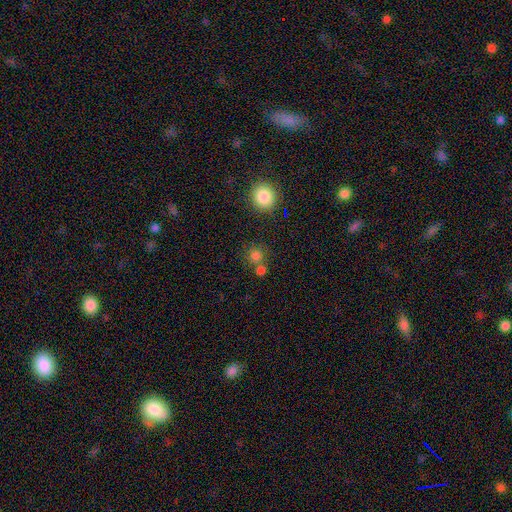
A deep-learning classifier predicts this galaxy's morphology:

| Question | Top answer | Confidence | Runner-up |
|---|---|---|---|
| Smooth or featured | smooth | 77% | star or artifact (16%) |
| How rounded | round | 89% | in between (10%) |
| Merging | none | 60% | merger (28%) |